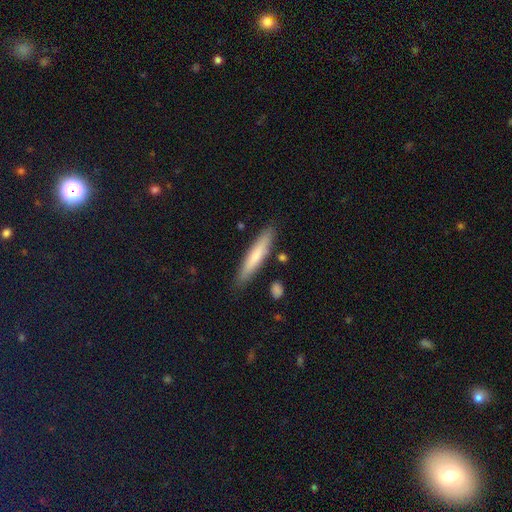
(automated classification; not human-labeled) This is likely a smooth galaxy (67%). How rounded: clearly cigar-shaped (90%). Merging: clearly none (86%).